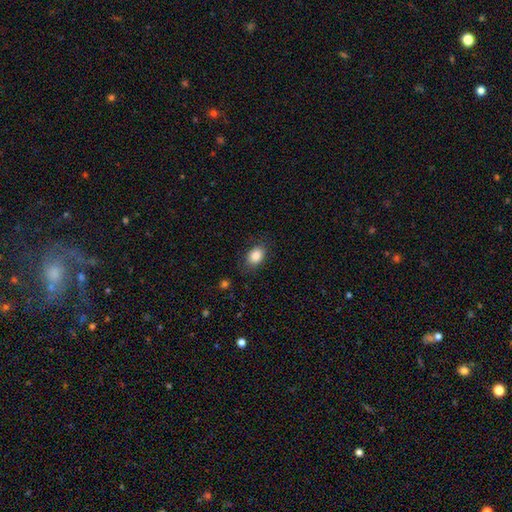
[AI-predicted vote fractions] Overall: smooth (86%). How rounded: in between (78%). Merging: none (80%).